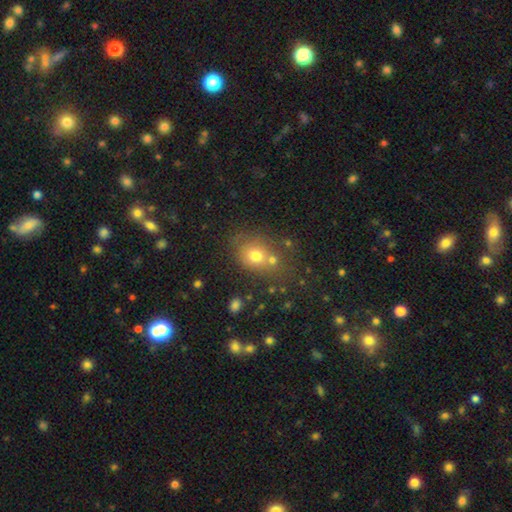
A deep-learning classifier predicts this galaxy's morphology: Smooth or featured?
  - smooth: 70% *
  - star or artifact: 16%
  - featured or disk: 15%
How rounded?
  - round: 60% *
  - in between: 39%
  - cigar-shaped: 1%
Merging?
  - none: 53% *
  - merger: 26%
  - minor disturbance: 14%
  - major disturbance: 7%